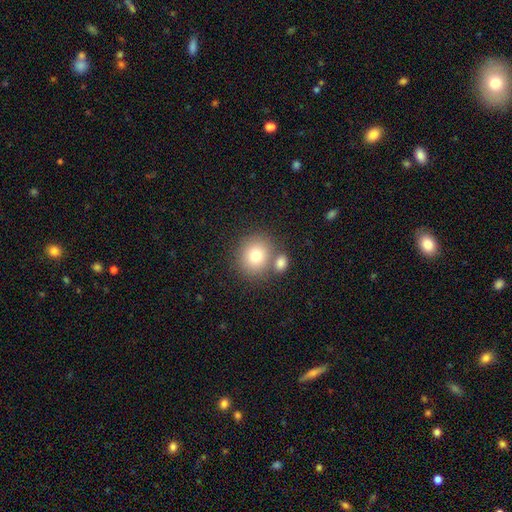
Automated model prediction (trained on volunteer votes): The model was most divided on "merging": none: 63%, merger: 24%, minor disturbance: 10%, major disturbance: 3%. More confident: how rounded — round (80%); smooth or featured — smooth (77%).